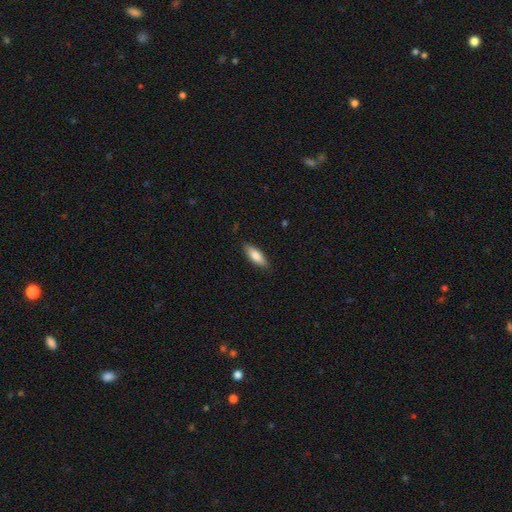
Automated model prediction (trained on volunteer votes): The model was most divided on "how rounded": in between: 58%, cigar-shaped: 40%, round: 2%. More confident: merging — none (87%); smooth or featured — smooth (78%).